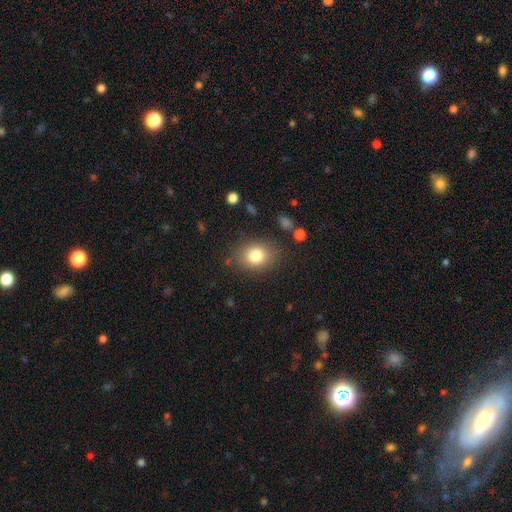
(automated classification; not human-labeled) This appears to be a smooth galaxy with no disk features (80%) that is round (50%). Merging: none (82%).